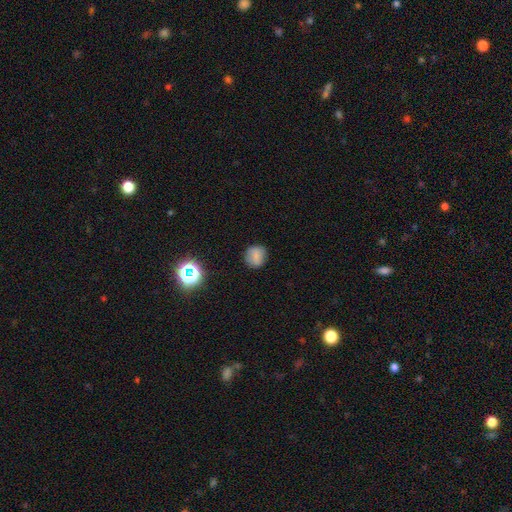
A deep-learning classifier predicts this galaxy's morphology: Q: Smooth or featured?
A: smooth (76%); runner-up: star or artifact (14%)
Q: How rounded?
A: round (85%); runner-up: in between (14%)
Q: Merging?
A: none (85%); runner-up: minor disturbance (10%)